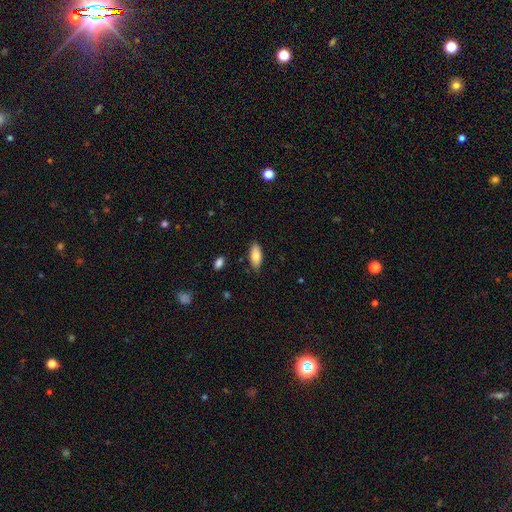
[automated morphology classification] Overall: smooth (80%). How rounded: in between (84%). Merging: none (85%).